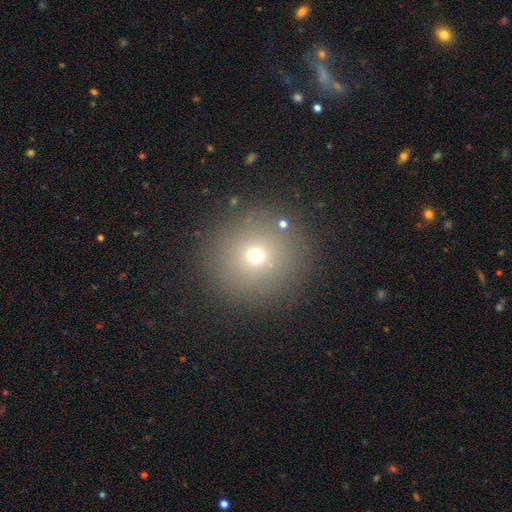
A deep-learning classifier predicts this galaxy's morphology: A smooth galaxy with no disk features (67%) that is round (93%).

Vote fractions:
- Smooth or featured? smooth: 67% / star or artifact: 21% / featured or disk: 13%
- How rounded? round: 93% / in between: 6% / cigar-shaped: 1%
- Merging? none: 88% / minor disturbance: 7% / major disturbance: 3% / merger: 2%